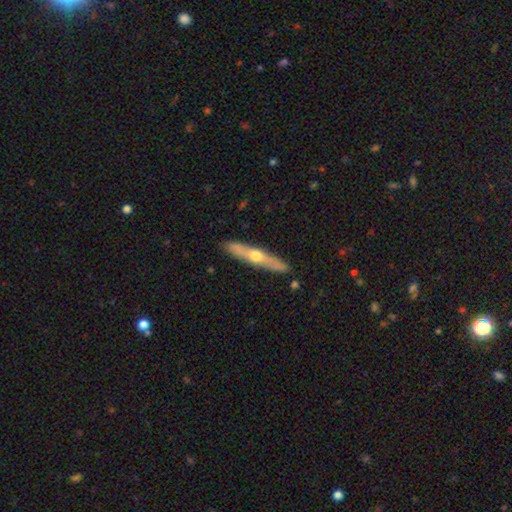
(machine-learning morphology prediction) type=featured or disk (57%); edge-on=yes (90%); edge-on bulge=rounded (89%); merging=none (87%).